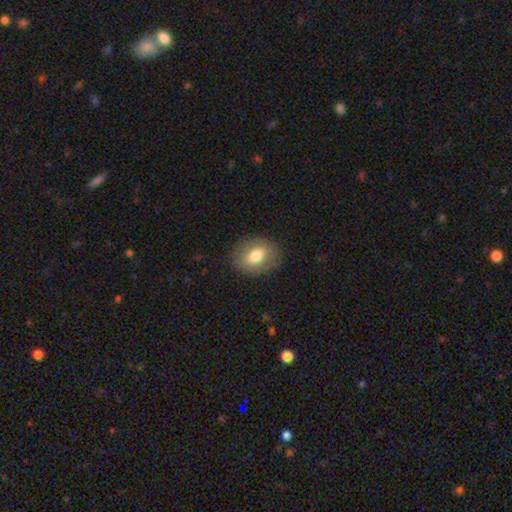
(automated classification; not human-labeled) A smooth galaxy with no disk features (72%) that is in between round and cigar-shaped (64%).

Vote fractions:
- Smooth or featured? smooth: 72% / featured or disk: 21% / star or artifact: 8%
- How rounded? in between: 64% / round: 34% / cigar-shaped: 1%
- Merging? none: 85% / minor disturbance: 11% / major disturbance: 4% / merger: 1%